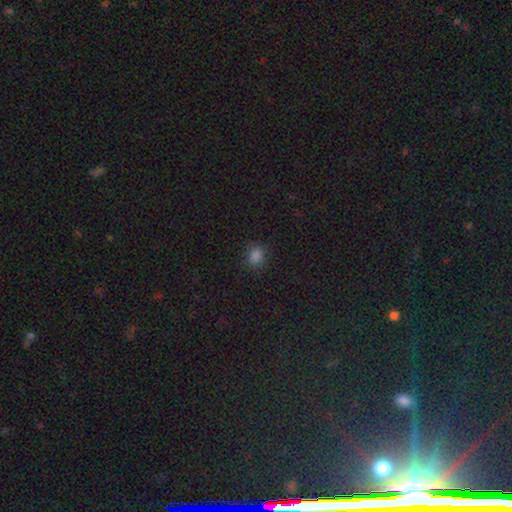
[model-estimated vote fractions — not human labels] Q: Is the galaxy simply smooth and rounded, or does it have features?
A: smooth — 80%.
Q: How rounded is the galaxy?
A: round — 64%.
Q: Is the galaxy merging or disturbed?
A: none — 83%.